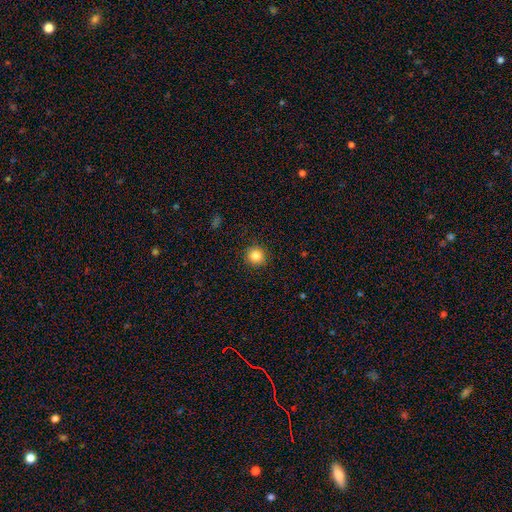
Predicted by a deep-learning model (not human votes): This is clearly a smooth galaxy (84%). How rounded: clearly round (94%). Merging: clearly none (91%).